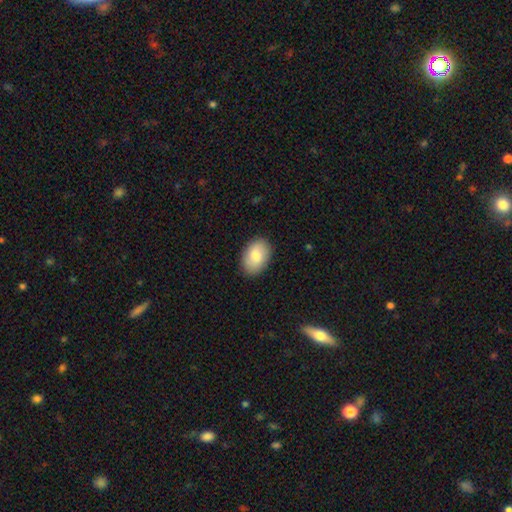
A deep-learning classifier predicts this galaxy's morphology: smooth 81%, featured or disk 13%, star or artifact 6%. Down the decision tree: how rounded — in between (86%); merging — none (88%).